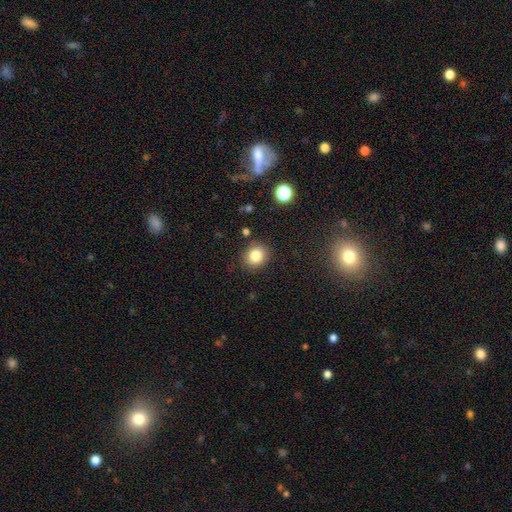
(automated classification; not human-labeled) Q: Smooth or featured?
A: smooth (82%); runner-up: star or artifact (11%)
Q: How rounded?
A: round (76%); runner-up: in between (23%)
Q: Merging?
A: none (86%); runner-up: minor disturbance (9%)